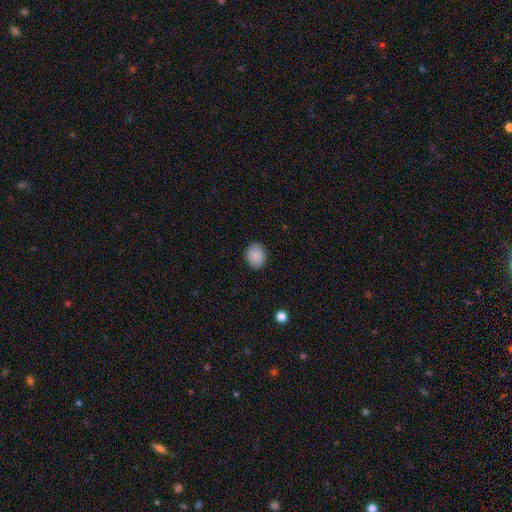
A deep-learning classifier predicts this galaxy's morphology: Smooth or featured: smooth — 89% (star or artifact — 8%)
How rounded: round — 56% (in between — 43%)
Merging: none — 89% (minor disturbance — 8%)